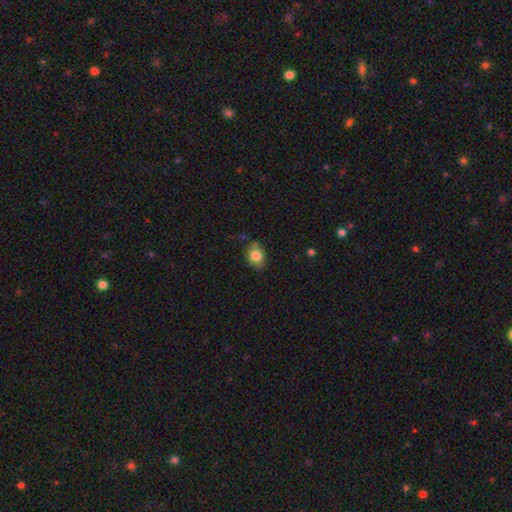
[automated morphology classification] Overall: smooth (80%). How rounded: in between (60%; round 39%). Merging: none (69%).